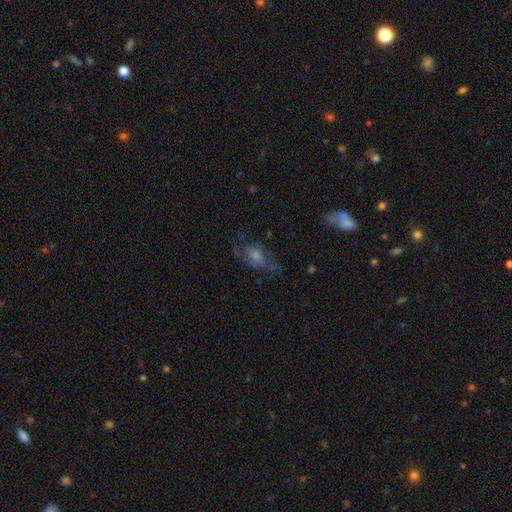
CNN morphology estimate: Smooth or featured: featured or disk — 46% (smooth — 38%)
Merging: none — 51% (major disturbance — 23%)